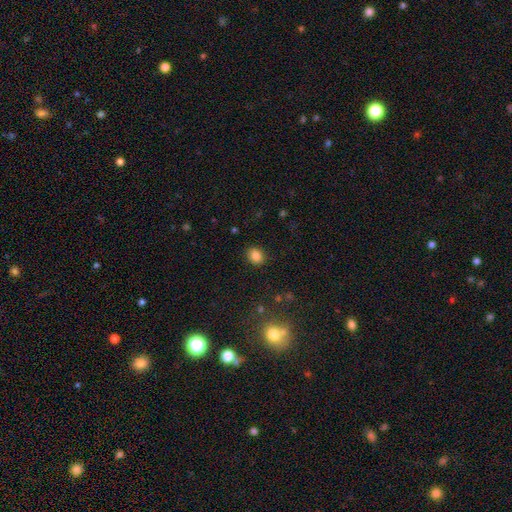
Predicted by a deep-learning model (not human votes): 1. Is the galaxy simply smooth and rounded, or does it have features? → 84% smooth, 12% star or artifact, 5% featured or disk.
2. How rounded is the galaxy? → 52% round, 47% in between, 1% cigar-shaped.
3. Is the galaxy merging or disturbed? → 87% none, 9% minor disturbance, 3% major disturbance, 1% merger.